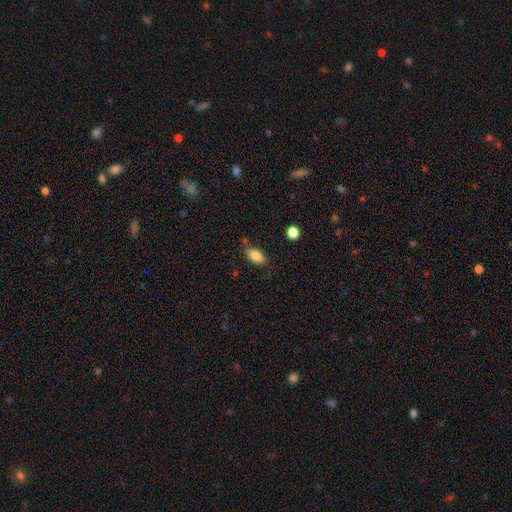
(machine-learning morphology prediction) smooth-or-featured: smooth: 85% | star or artifact: 8% | featured or disk: 7%
  how-rounded: in between: 88% | cigar-shaped: 7% | round: 4%
  merging: none: 76% | minor disturbance: 16% | merger: 4% | major disturbance: 4%